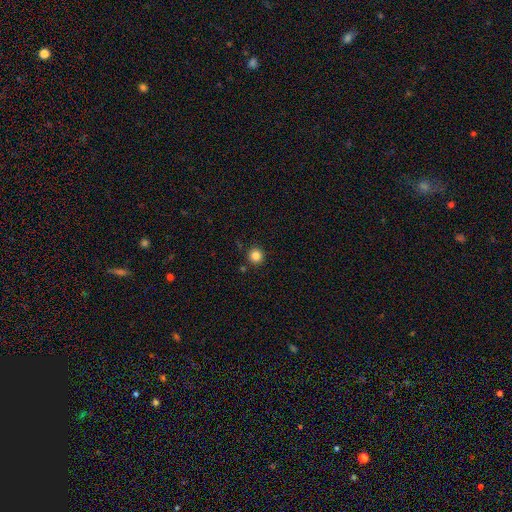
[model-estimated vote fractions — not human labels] Morphology: type=smooth (84%); roundness=round (94%); merging=none (89%).